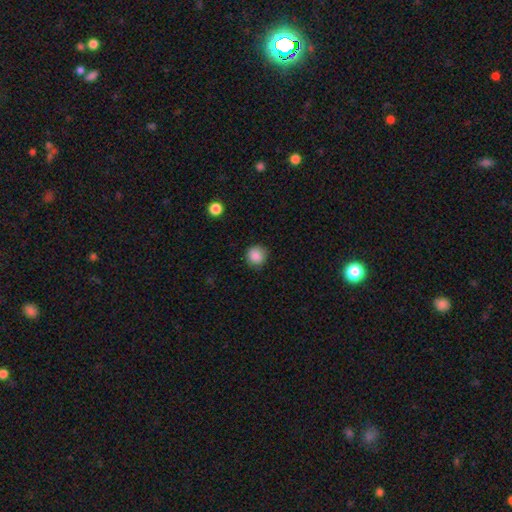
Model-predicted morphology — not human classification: A smooth galaxy with no disk features (86%) that is round (92%). Merging: none (84%).